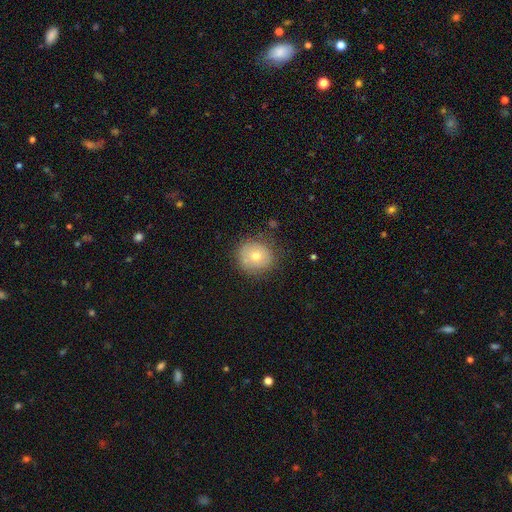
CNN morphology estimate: type=smooth (68%); roundness=round (87%); merging=none (76%).